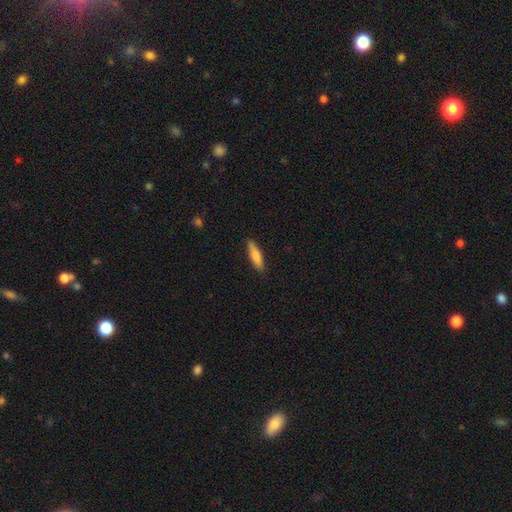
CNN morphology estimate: Smooth or featured: smooth — 77% (featured or disk — 17%)
How rounded: cigar-shaped — 72% (in between — 26%)
Merging: none — 86% (minor disturbance — 11%)